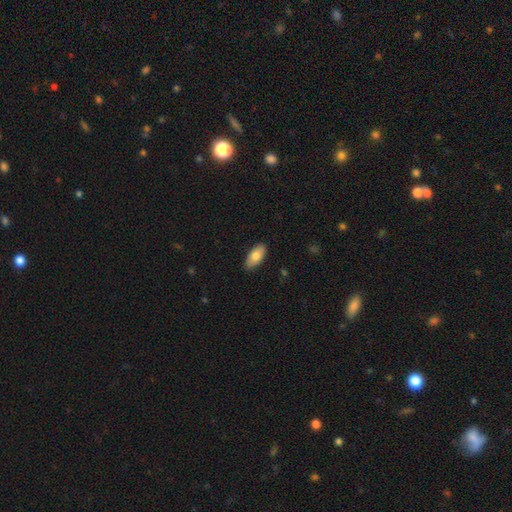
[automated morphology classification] A smooth galaxy with no disk features (81%) that is in between round and cigar-shaped (89%).

Vote fractions:
- Smooth or featured? smooth: 81% / featured or disk: 13% / star or artifact: 6%
- How rounded? in between: 89% / cigar-shaped: 9% / round: 2%
- Merging? none: 88% / minor disturbance: 10% / major disturbance: 2% / merger: 1%